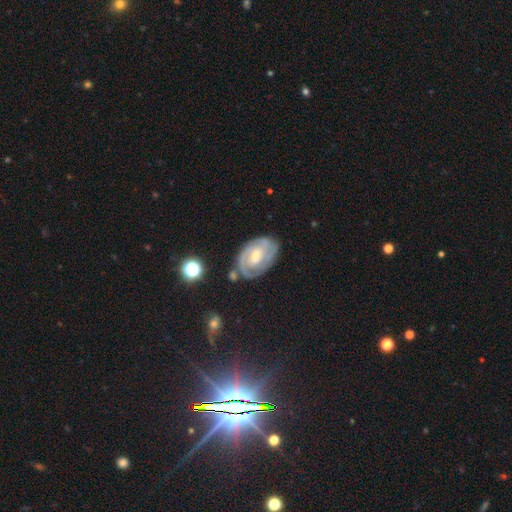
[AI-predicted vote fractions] The model was most divided on "bar": weak: 47%, no: 40%, strong: 13%. Remaining: edge-on disk — no (96%); spiral arms — yes (90%); smooth or featured — featured or disk (80%); spiral winding — tight (68%); merging — none (65%); bulge size — small (51%); spiral arm count — 2 (46%).